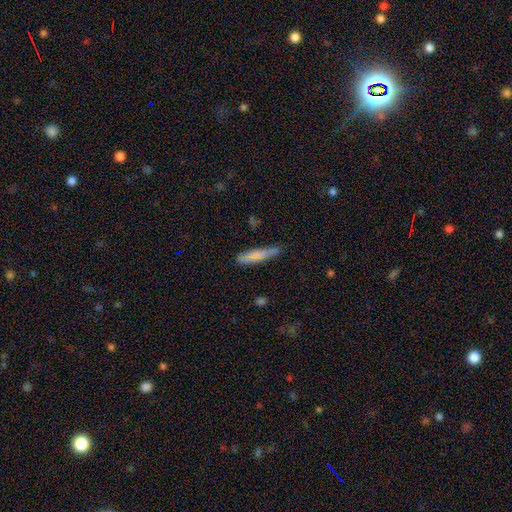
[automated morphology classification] A smooth galaxy with no disk features (67%) that is cigar-shaped (79%).

Vote fractions:
- Smooth or featured? smooth: 67% / featured or disk: 25% / star or artifact: 8%
- How rounded? cigar-shaped: 79% / in between: 19% / round: 2%
- Merging? none: 72% / minor disturbance: 21% / major disturbance: 5% / merger: 2%